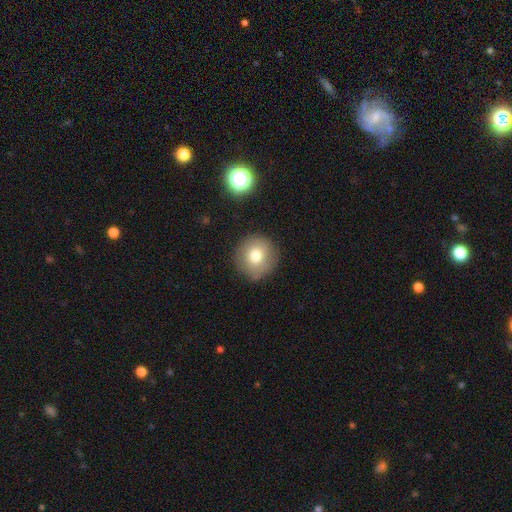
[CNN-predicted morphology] Smooth or featured: smooth — 75% (featured or disk — 14%)
How rounded: round — 93% (in between — 6%)
Merging: none — 85% (minor disturbance — 11%)